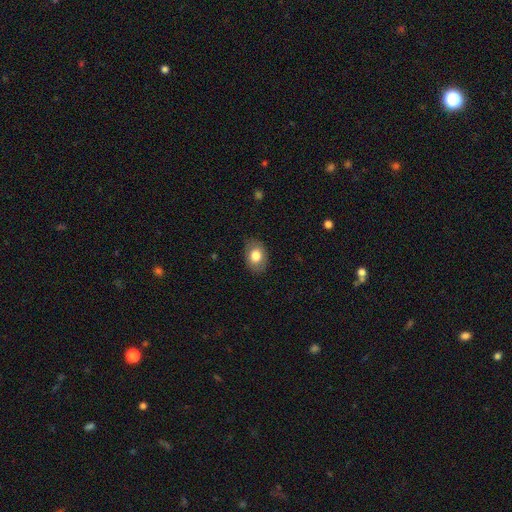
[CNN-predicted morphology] Smooth or featured? Predicted: smooth (p=0.78). How rounded? Predicted: in between (p=0.78). Merging? Predicted: none (p=0.84).